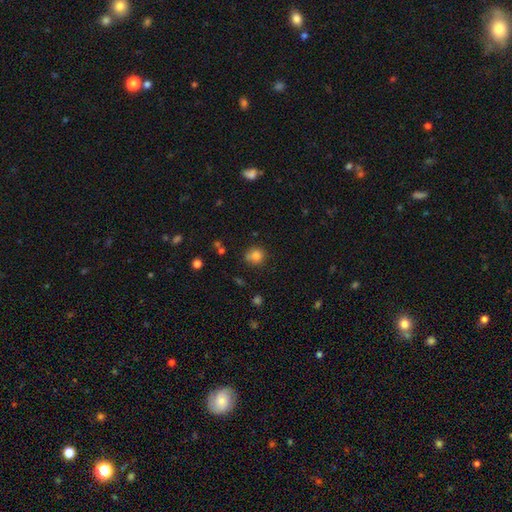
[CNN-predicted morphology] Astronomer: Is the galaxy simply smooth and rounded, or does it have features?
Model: smooth — 82%.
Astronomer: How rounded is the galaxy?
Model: round — 80%.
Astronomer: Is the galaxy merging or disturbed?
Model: none — 71%.